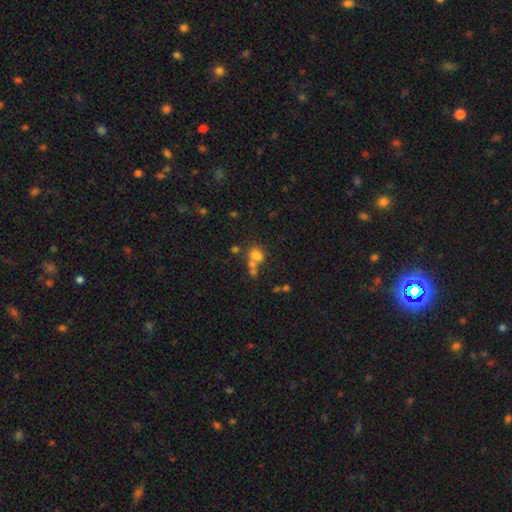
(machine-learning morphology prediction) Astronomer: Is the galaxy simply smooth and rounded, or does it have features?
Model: smooth — 65%.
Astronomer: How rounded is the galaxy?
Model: round — 51% (runner-up: in between, 47%).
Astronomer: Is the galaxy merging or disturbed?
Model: merger — 44% (runner-up: none, 38%).